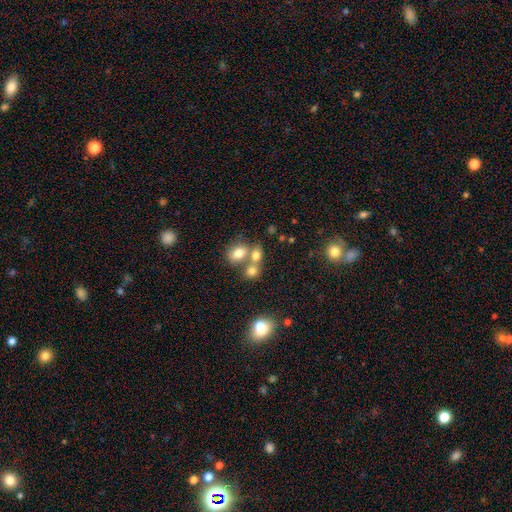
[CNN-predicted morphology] Smooth or featured? Predicted: smooth (p=0.73). How rounded? Predicted: in between (p=0.53). Merging? Predicted: merger (p=0.50).